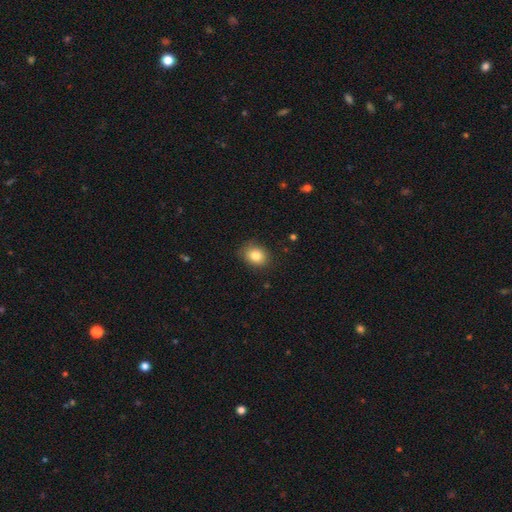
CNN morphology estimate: A smooth galaxy with no disk features (83%) that is in between round and cigar-shaped (51%).

Vote fractions:
- Smooth or featured? smooth: 83% / star or artifact: 9% / featured or disk: 8%
- How rounded? in between: 51% / round: 48% / cigar-shaped: 1%
- Merging? none: 82% / minor disturbance: 14% / major disturbance: 3% / merger: 1%